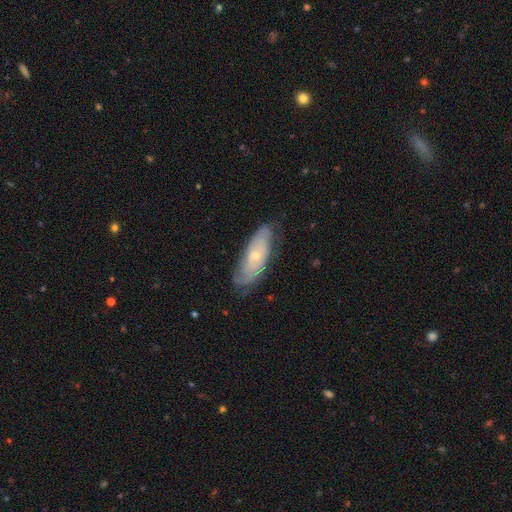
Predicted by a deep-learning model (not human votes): Overall: featured or disk (66%; smooth 28%). Edge-on disk: no (83%). Bar: no (77%). Spiral arms: yes (83%). Bulge size: small (69%). Merging: none (72%).